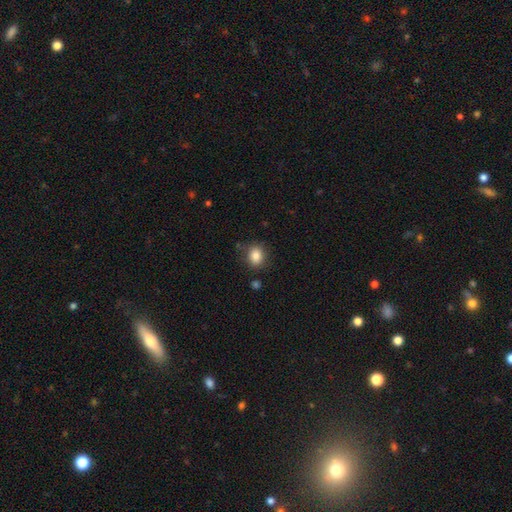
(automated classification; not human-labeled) A smooth galaxy with no disk features (84%) that is round (65%).

Vote fractions:
- Smooth or featured? smooth: 84% / star or artifact: 10% / featured or disk: 6%
- How rounded? round: 65% / in between: 34% / cigar-shaped: 1%
- Merging? none: 82% / minor disturbance: 12% / major disturbance: 3% / merger: 3%